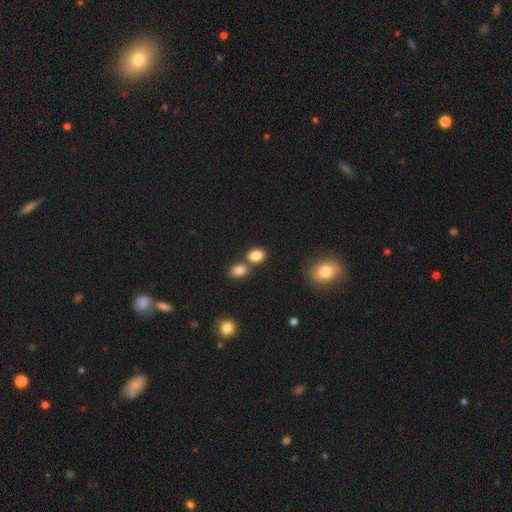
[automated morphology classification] A smooth galaxy with no disk features (84%) that is in between round and cigar-shaped (67%). Merging: none (55%).